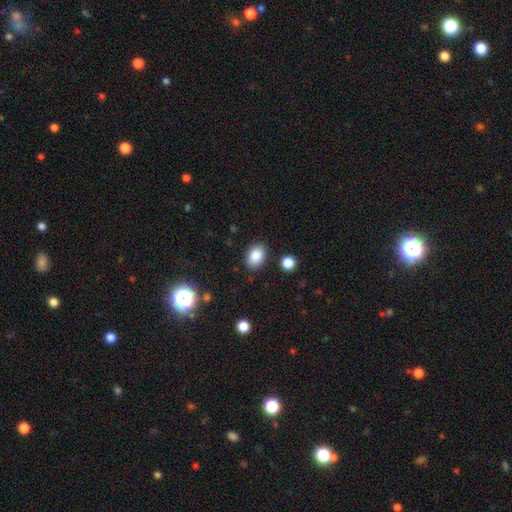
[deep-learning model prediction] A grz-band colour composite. It shows a smooth galaxy with no disk features (85%) that is in between round and cigar-shaped (76%). Merging: none (85%).